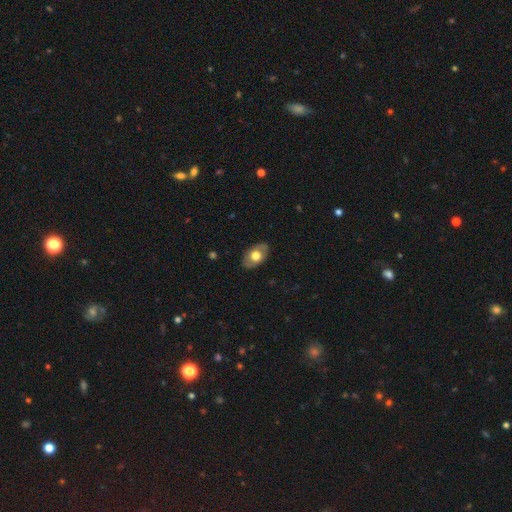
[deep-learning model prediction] smooth 56%, featured or disk 38%, star or artifact 6%. Down the decision tree: how rounded — in between (86%); merging — none (83%).